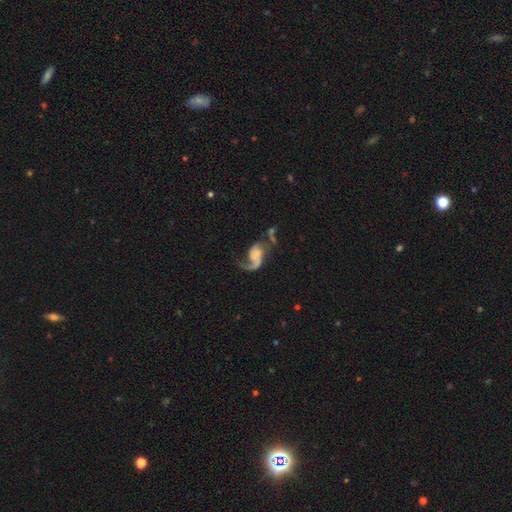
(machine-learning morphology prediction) Smooth or featured? featured or disk (84%)
Edge-on disk? no (98%)
Bar? no (66%)
Spiral arms? yes (95%)
Spiral winding? loose (61%)
Spiral arm count? 2 (62%)
Bulge size? small (46%)
Merging? none (39%)